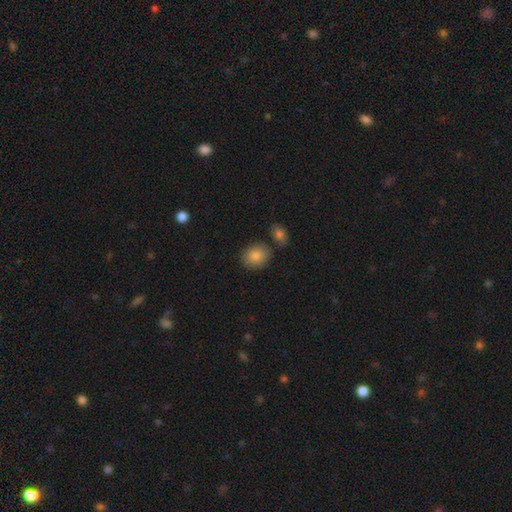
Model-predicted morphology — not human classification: smooth_or_featured: smooth (p=0.86) [alt: star or artifact p=0.07]
how_rounded: round (p=0.56) [alt: in between p=0.43]
merging: none (p=0.76) [alt: minor disturbance p=0.12]